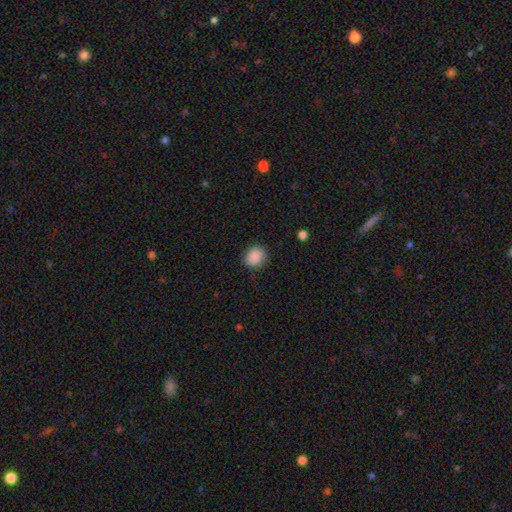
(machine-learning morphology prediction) This appears to be a smooth galaxy with no disk features (88%) that is round (65%). Merging: none (83%).